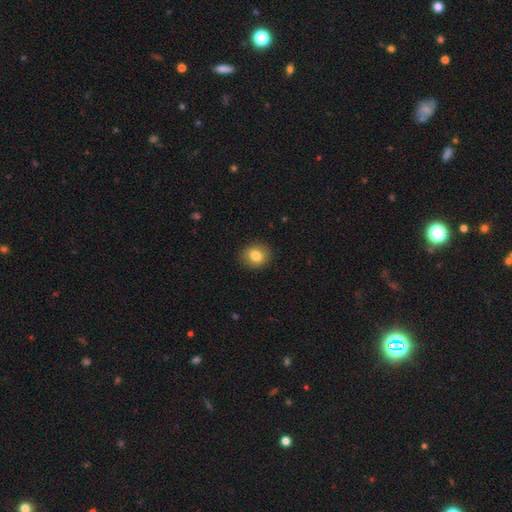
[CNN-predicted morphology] type=smooth (82%); roundness=round (69%); merging=none (89%).